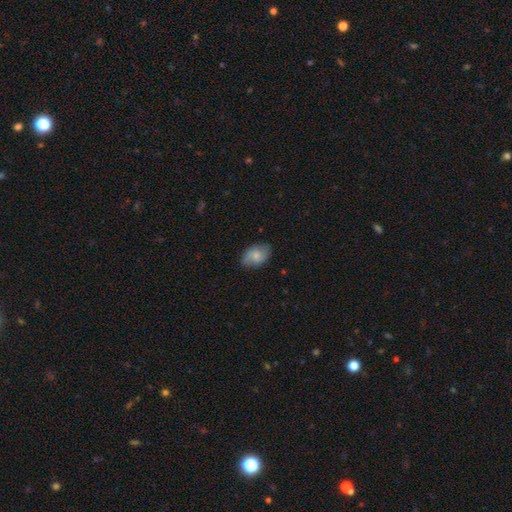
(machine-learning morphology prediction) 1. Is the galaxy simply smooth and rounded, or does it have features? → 60% smooth, 32% featured or disk, 7% star or artifact.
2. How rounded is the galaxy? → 86% in between, 12% round, 1% cigar-shaped.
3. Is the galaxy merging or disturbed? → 75% none, 20% minor disturbance, 4% major disturbance, 1% merger.